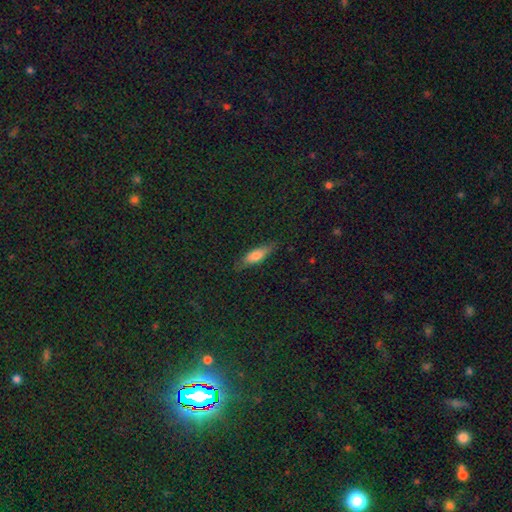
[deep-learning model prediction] Overall: smooth (71%). How rounded: in between (55%; cigar-shaped 42%). Merging: none (78%).